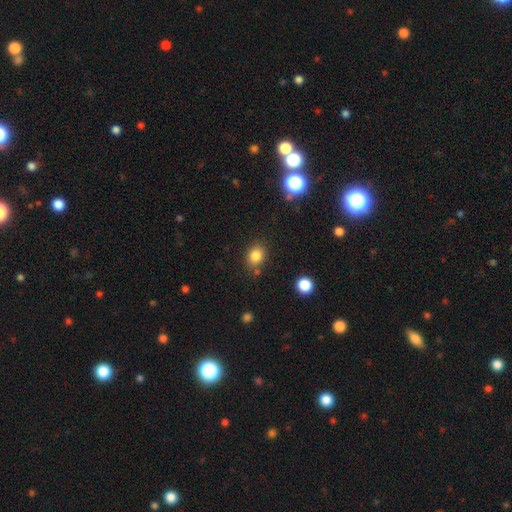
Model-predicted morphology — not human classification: A smooth galaxy with no disk features (82%) that is round (51%). Merging: none (79%).